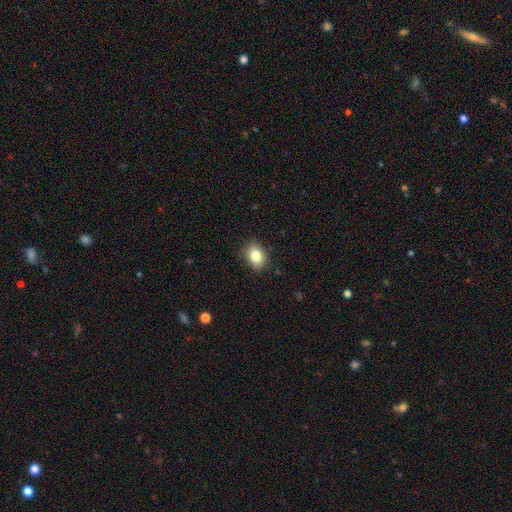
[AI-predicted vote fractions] A smooth galaxy with no disk features (83%) that is in between round and cigar-shaped (64%).

Vote fractions:
- Smooth or featured? smooth: 83% / star or artifact: 9% / featured or disk: 8%
- How rounded? in between: 64% / round: 35% / cigar-shaped: 1%
- Merging? none: 86% / minor disturbance: 11% / major disturbance: 2% / merger: 1%